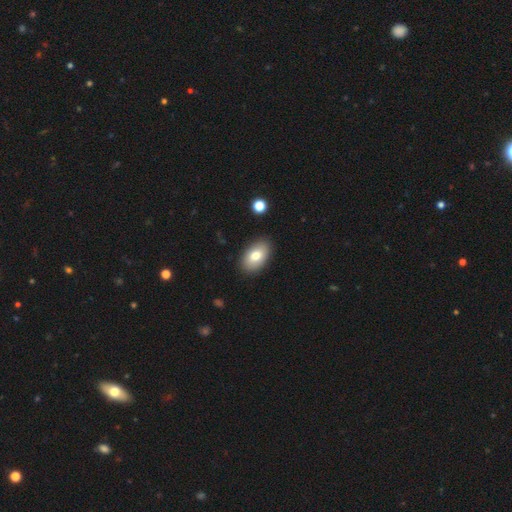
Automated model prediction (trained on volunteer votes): smooth_or_featured: smooth (p=0.78) [alt: featured or disk p=0.15]
how_rounded: in between (p=0.93) [alt: round p=0.06]
merging: none (p=0.88) [alt: minor disturbance p=0.08]